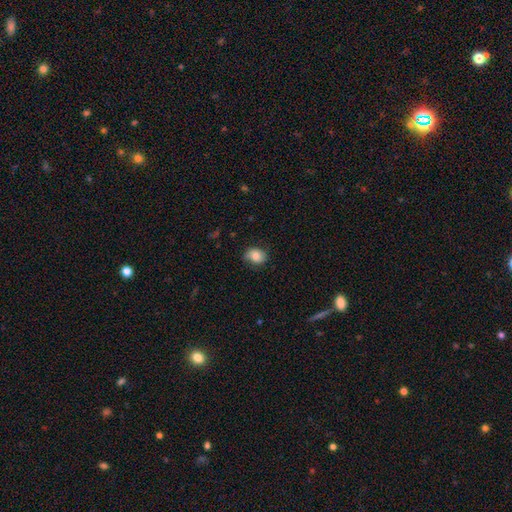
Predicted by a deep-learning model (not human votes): Smooth or featured?
  - smooth: 77% *
  - featured or disk: 14%
  - star or artifact: 9%
How rounded?
  - in between: 55% *
  - round: 44%
  - cigar-shaped: 1%
Merging?
  - none: 69% *
  - minor disturbance: 24%
  - major disturbance: 6%
  - merger: 1%